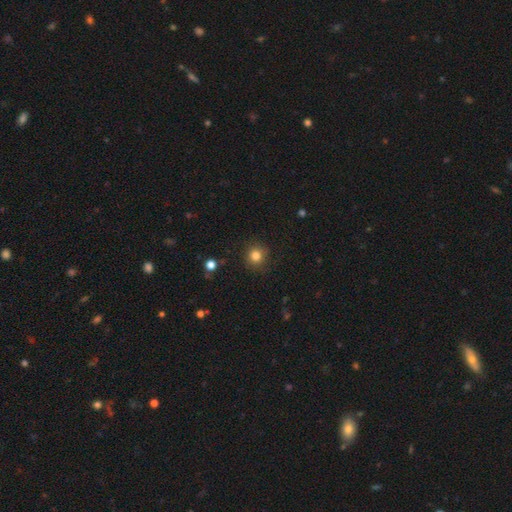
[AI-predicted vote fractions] Q: Smooth or featured?
A: smooth (83%); runner-up: star or artifact (12%)
Q: How rounded?
A: round (91%); runner-up: in between (9%)
Q: Merging?
A: none (88%); runner-up: minor disturbance (8%)